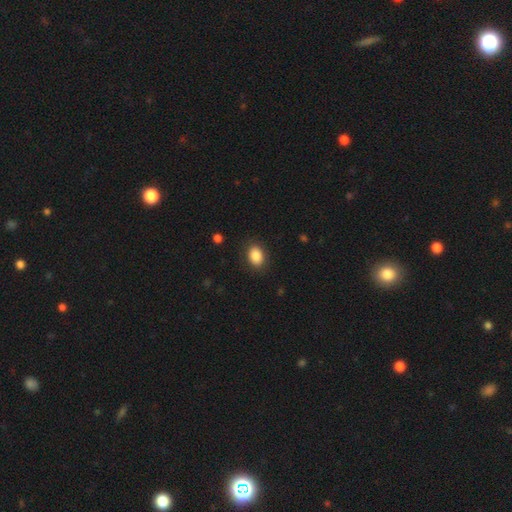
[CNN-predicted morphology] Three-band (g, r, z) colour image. It shows a smooth galaxy with no disk features (87%) that is in between round and cigar-shaped (73%). Merging: none (87%).